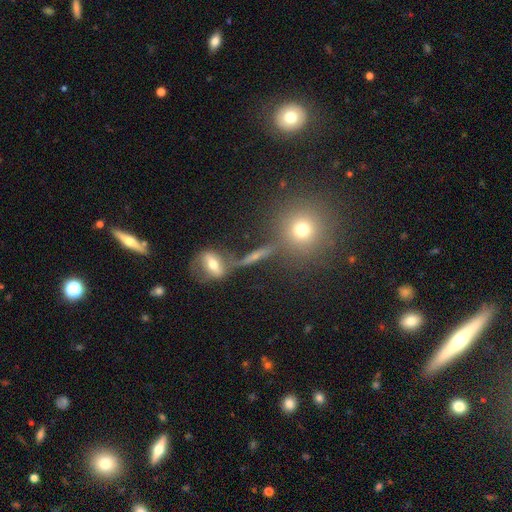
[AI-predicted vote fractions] This is marginally a featured or disk galaxy (45%). Merging: likely none (62%).